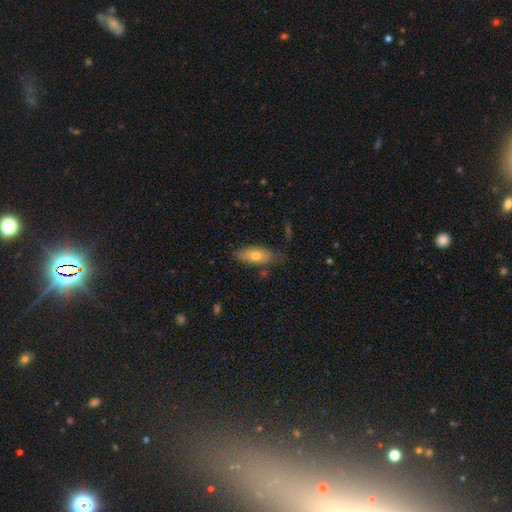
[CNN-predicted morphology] type=smooth (66%); roundness=in between (74%); merging=none (68%).